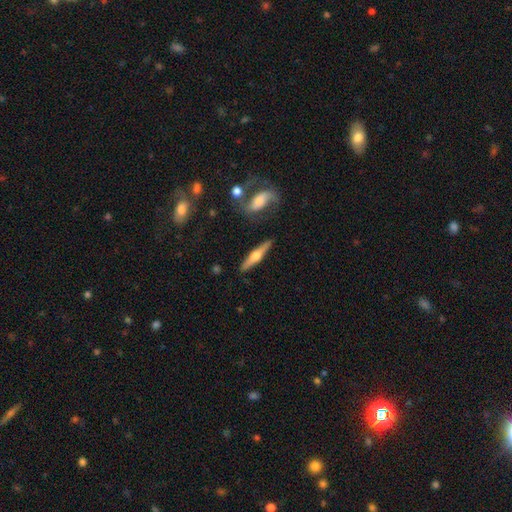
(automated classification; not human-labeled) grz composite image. It shows a featured or disk galaxy (65%) viewed edge-on (96%) with a rounded central bulge (93%). Merging: none (87%).